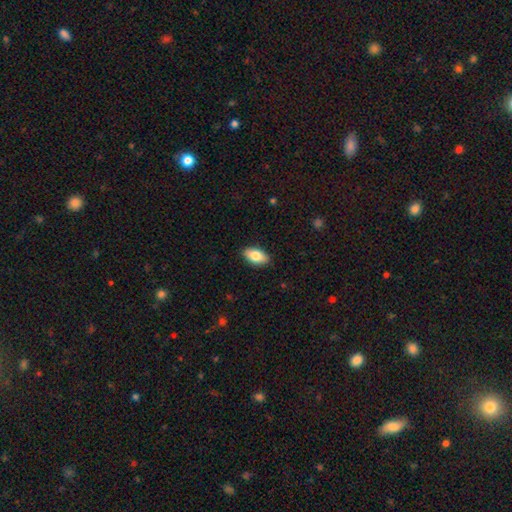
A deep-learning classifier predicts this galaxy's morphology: A smooth galaxy with no disk features (80%) that is in between round and cigar-shaped (91%).

Vote fractions:
- Smooth or featured? smooth: 80% / featured or disk: 13% / star or artifact: 7%
- How rounded? in between: 91% / cigar-shaped: 4% / round: 4%
- Merging? none: 88% / minor disturbance: 9% / major disturbance: 2% / merger: 1%